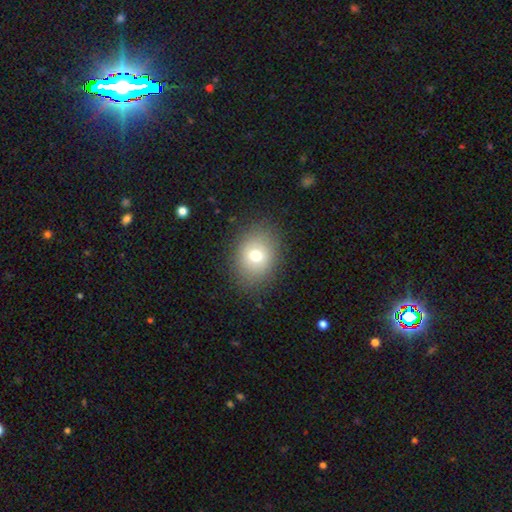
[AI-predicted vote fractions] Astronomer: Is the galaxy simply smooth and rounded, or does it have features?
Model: smooth — 72%.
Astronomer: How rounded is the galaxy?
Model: in between — 52% (runner-up: round, 47%).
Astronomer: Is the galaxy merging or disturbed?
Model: none — 86%.